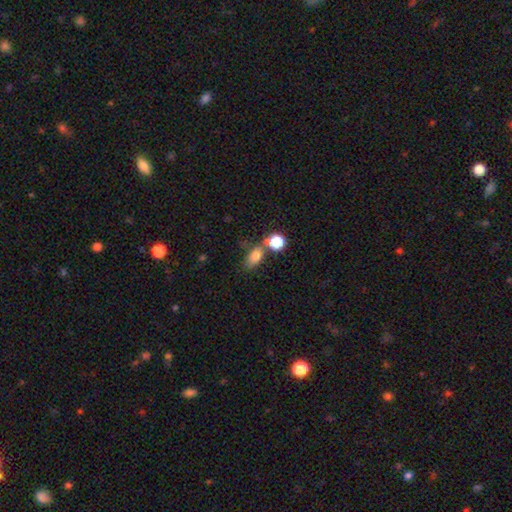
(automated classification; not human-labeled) Q: Smooth or featured?
A: smooth (79%); runner-up: star or artifact (12%)
Q: How rounded?
A: in between (79%); runner-up: round (17%)
Q: Merging?
A: none (49%); runner-up: merger (31%)